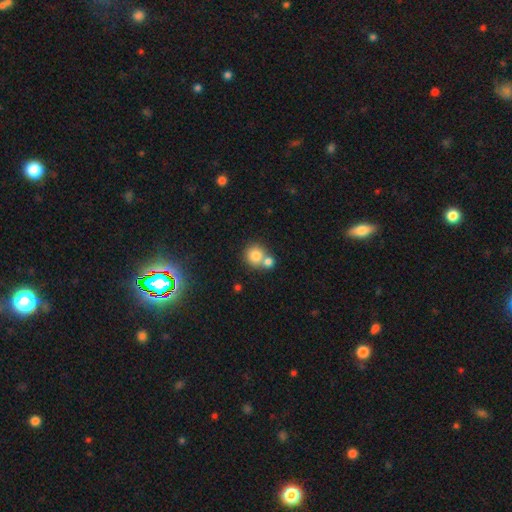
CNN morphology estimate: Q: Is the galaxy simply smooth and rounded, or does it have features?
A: smooth — 81%.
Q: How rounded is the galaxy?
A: round — 87%.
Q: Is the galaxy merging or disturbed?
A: none — 46%.